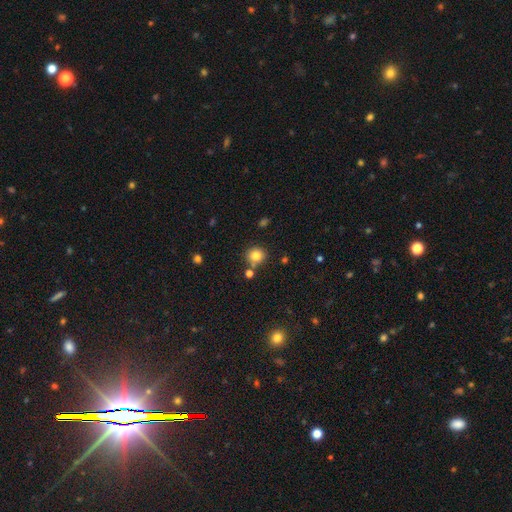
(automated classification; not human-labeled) Morphology: type=smooth (82%); roundness=round (88%); merging=none (74%).